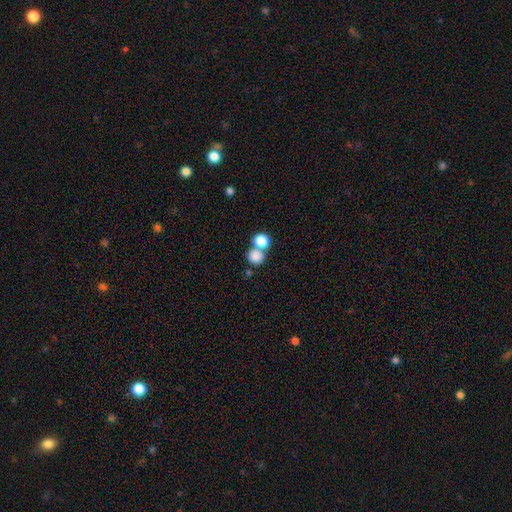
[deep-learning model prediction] The model was most divided on "merging": none: 47%, merger: 43%, minor disturbance: 7%, major disturbance: 3%. More confident: how rounded — round (85%); smooth or featured — smooth (83%).